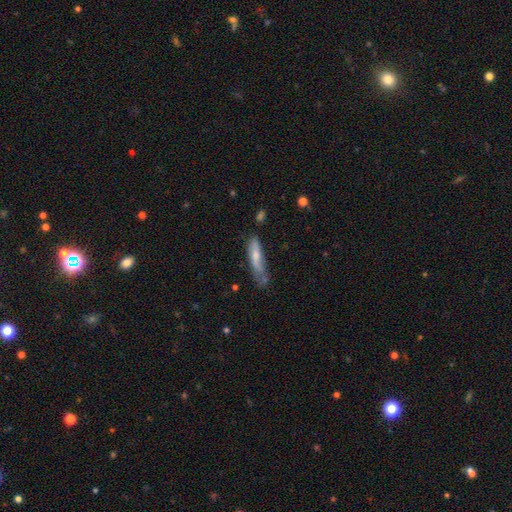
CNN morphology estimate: Smooth or featured?
  - smooth: 65% *
  - featured or disk: 28%
  - star or artifact: 7%
How rounded?
  - cigar-shaped: 71% *
  - in between: 27%
  - round: 2%
Merging?
  - none: 44% *
  - minor disturbance: 32%
  - major disturbance: 14%
  - merger: 10%